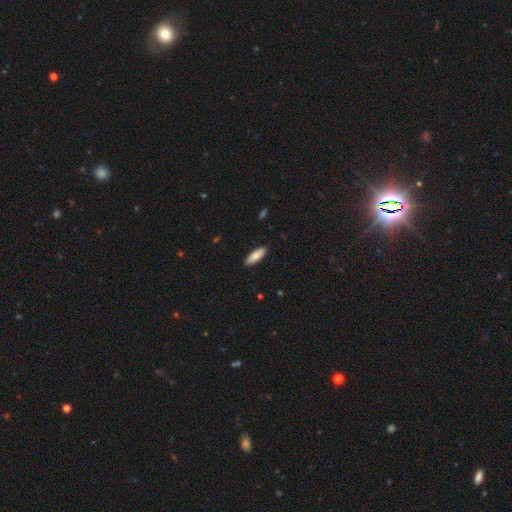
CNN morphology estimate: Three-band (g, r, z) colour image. It shows a smooth galaxy with no disk features (85%) that is in between round and cigar-shaped (61%). Merging: none (89%).